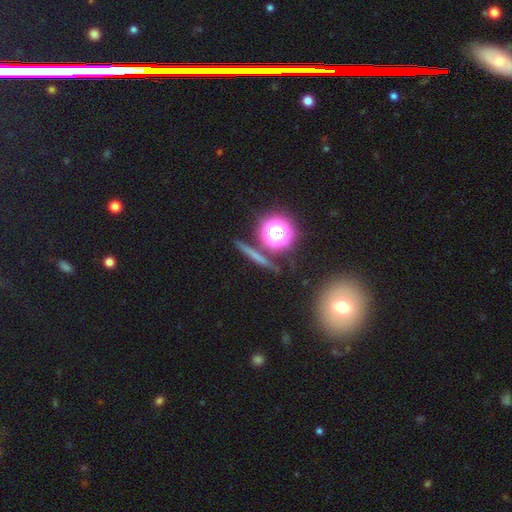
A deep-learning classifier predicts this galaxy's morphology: smooth 43%, star or artifact 28%, featured or disk 28%. Down the decision tree: merging — none (83%).